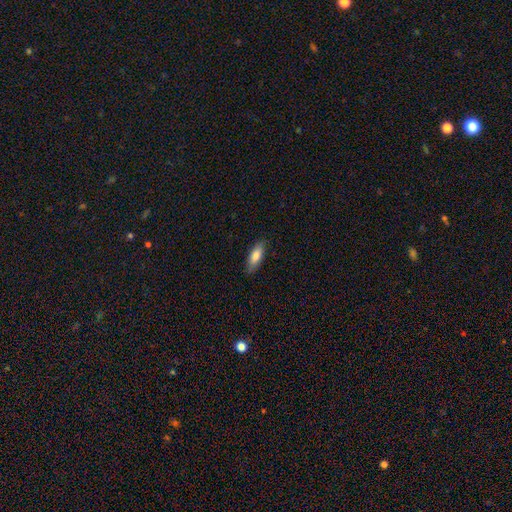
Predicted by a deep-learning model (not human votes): This appears to be a smooth galaxy with no disk features (80%) that is in between round and cigar-shaped (70%). Merging: none (83%).